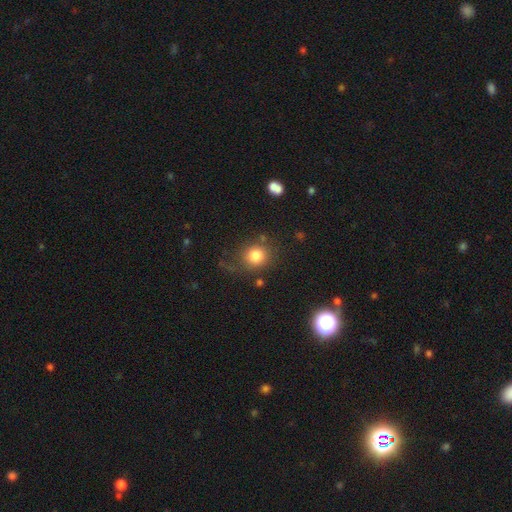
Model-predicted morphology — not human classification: A smooth galaxy with no disk features (82%) that is round (84%).

Vote fractions:
- Smooth or featured? smooth: 82% / star or artifact: 11% / featured or disk: 7%
- How rounded? round: 84% / in between: 15% / cigar-shaped: 1%
- Merging? none: 72% / minor disturbance: 15% / major disturbance: 8% / merger: 5%